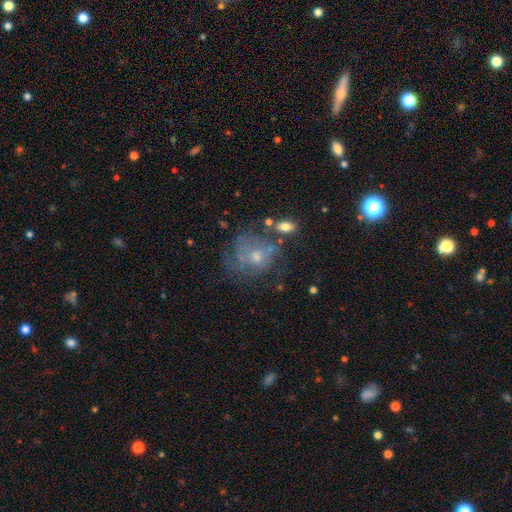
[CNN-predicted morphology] featured or disk 51%, smooth 34%, star or artifact 15%. Down the decision tree: edge-on disk — no (97%); merging — none (46%).